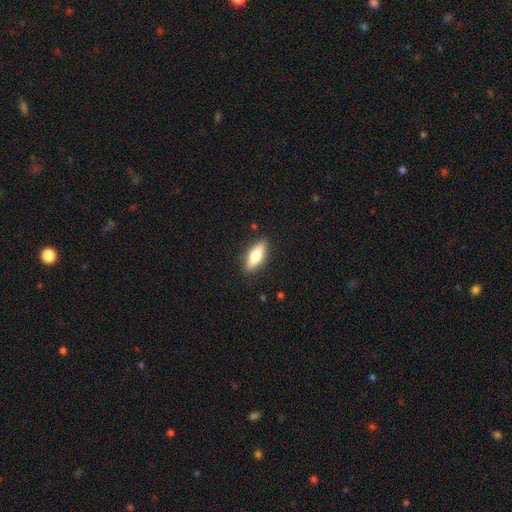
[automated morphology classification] A smooth galaxy with no disk features (65%) that is in between round and cigar-shaped (65%).

Vote fractions:
- Smooth or featured? smooth: 65% / featured or disk: 29% / star or artifact: 6%
- How rounded? in between: 65% / cigar-shaped: 32% / round: 3%
- Merging? none: 88% / minor disturbance: 9% / major disturbance: 2% / merger: 1%